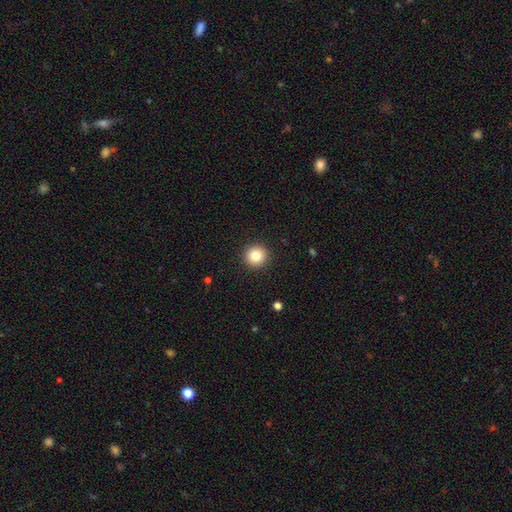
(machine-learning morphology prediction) The model was most divided on "smooth or featured": smooth: 83%, star or artifact: 10%, featured or disk: 7%. More confident: how rounded — round (95%); merging — none (93%).